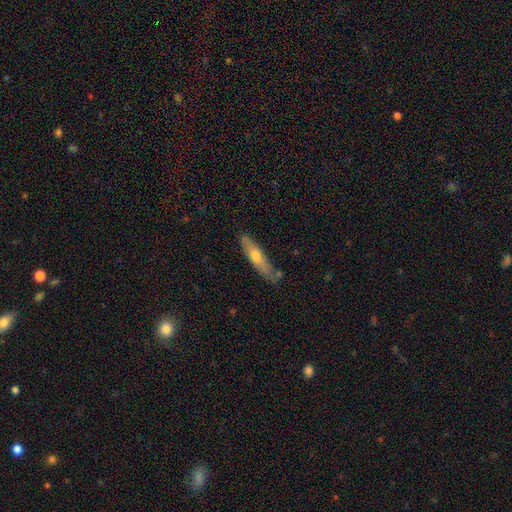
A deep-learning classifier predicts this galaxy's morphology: Overall: smooth (53%; featured or disk 41%). How rounded: cigar-shaped (80%). Merging: none (72%).